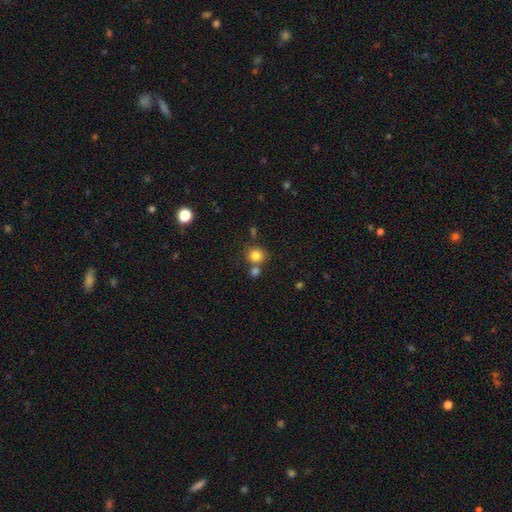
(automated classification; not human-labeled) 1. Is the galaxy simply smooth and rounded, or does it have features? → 82% smooth, 12% star or artifact, 6% featured or disk.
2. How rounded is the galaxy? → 87% round, 12% in between, 1% cigar-shaped.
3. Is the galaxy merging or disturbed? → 65% none, 22% merger, 9% minor disturbance, 3% major disturbance.